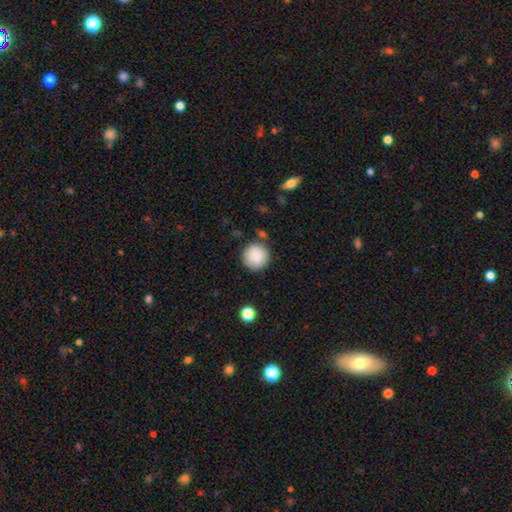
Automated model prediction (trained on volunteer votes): Smooth or featured?
  - smooth: 89% *
  - star or artifact: 8%
  - featured or disk: 4%
How rounded?
  - round: 96% *
  - in between: 4%
  - cigar-shaped: 1%
Merging?
  - none: 86% *
  - minor disturbance: 8%
  - merger: 3%
  - major disturbance: 3%